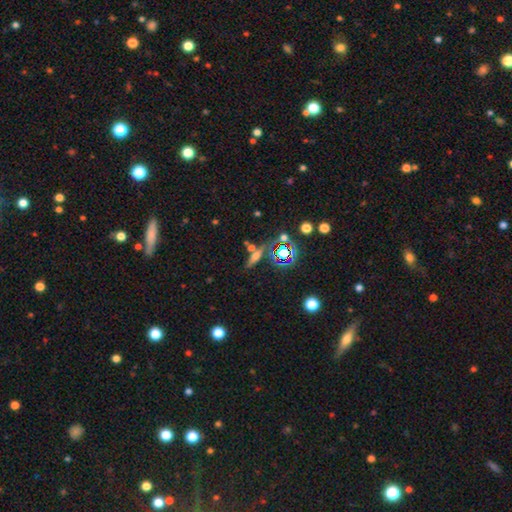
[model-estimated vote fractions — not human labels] A smooth galaxy with no disk features (42%).

Vote fractions:
- Smooth or featured? smooth: 42% / featured or disk: 30% / star or artifact: 28%
- Merging? none: 66% / merger: 16% / minor disturbance: 12% / major disturbance: 6%